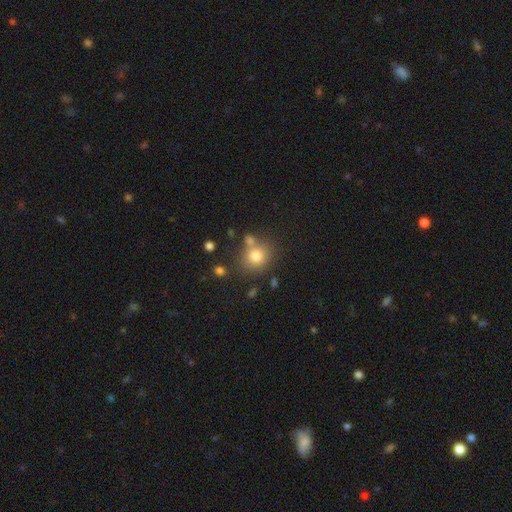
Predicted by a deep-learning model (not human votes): smooth-or-featured: smooth: 77% | star or artifact: 13% | featured or disk: 10%
  how-rounded: round: 79% | in between: 20% | cigar-shaped: 1%
  merging: none: 66% | merger: 16% | minor disturbance: 13% | major disturbance: 5%